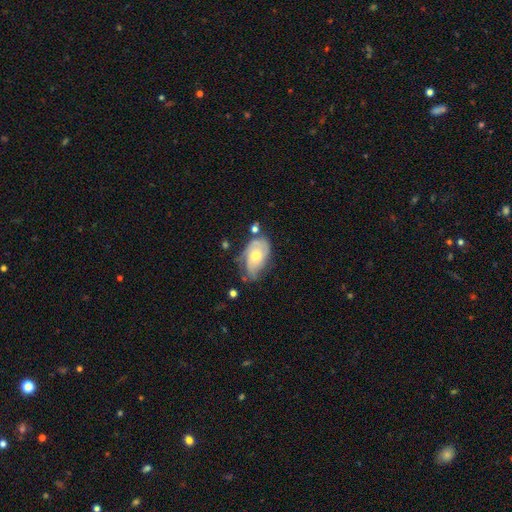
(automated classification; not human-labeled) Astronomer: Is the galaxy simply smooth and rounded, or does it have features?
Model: featured or disk — 56% (runner-up: smooth, 38%).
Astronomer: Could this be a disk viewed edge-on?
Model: no — 94%.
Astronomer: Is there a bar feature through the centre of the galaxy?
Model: no — 81%.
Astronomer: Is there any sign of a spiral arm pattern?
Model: yes — 70%.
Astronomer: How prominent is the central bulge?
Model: moderate — 62%.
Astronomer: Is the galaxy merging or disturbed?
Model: none — 44% (runner-up: minor disturbance, 34%).